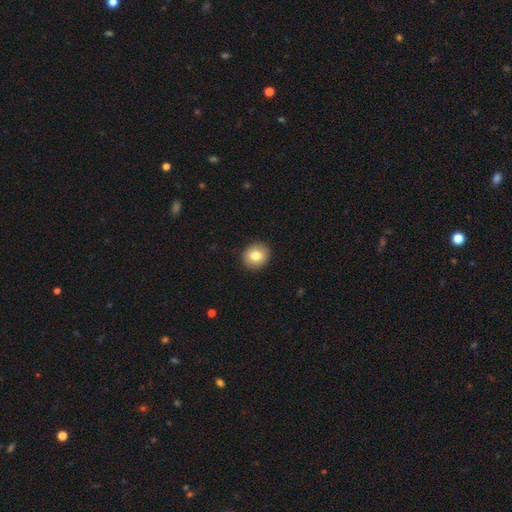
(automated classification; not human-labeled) This appears to be a smooth galaxy with no disk features (81%) that is round (75%). Merging: none (91%).